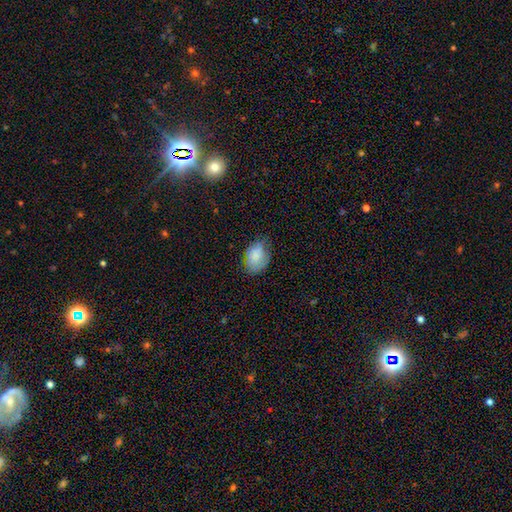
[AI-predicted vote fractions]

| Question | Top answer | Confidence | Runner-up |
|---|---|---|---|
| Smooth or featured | smooth | 82% | featured or disk (11%) |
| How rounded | in between | 79% | round (20%) |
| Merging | none | 56% | minor disturbance (33%) |